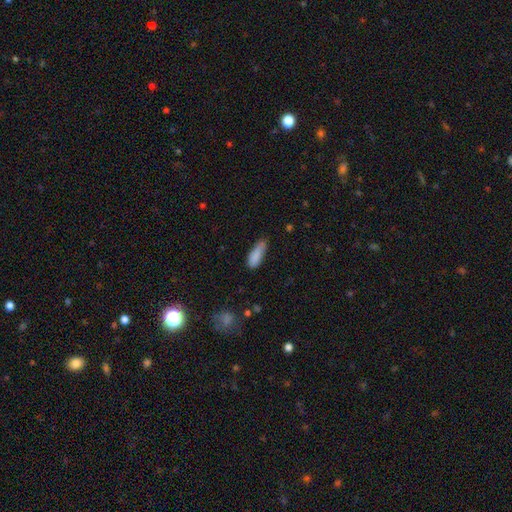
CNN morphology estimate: A smooth galaxy with no disk features (86%) that is in between round and cigar-shaped (63%). Merging: none (59%).